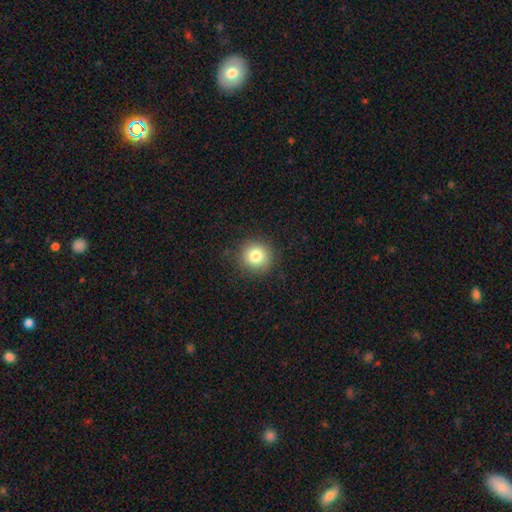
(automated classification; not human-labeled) Smooth or featured? Predicted: smooth (p=0.81). How rounded? Predicted: round (p=0.93). Merging? Predicted: none (p=0.89).